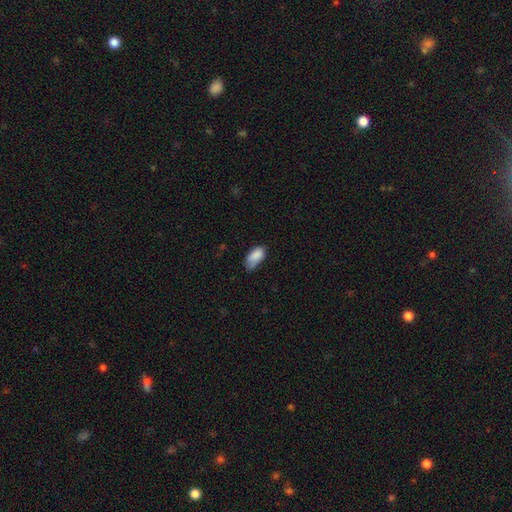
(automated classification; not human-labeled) This appears to be a smooth galaxy with no disk features (85%) that is in between round and cigar-shaped (93%). Merging: none (50%).